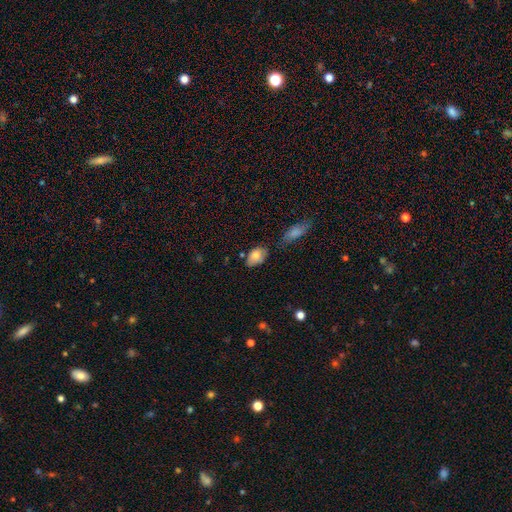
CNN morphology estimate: This is likely a smooth galaxy (79%). How rounded: clearly in between (87%). Merging: likely none (61%).